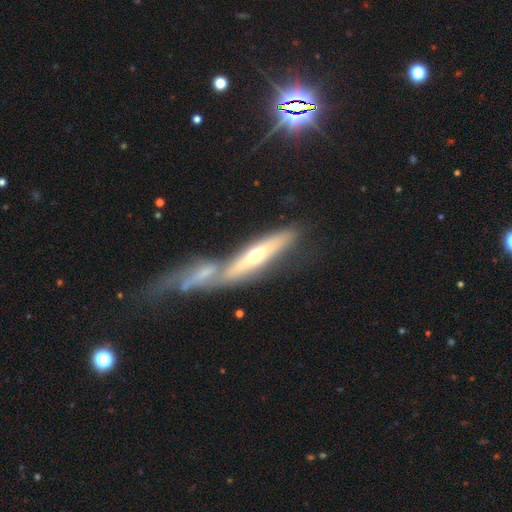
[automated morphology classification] A featured or disk galaxy (58%) viewed edge-on (75%). Merging: merger (51%).